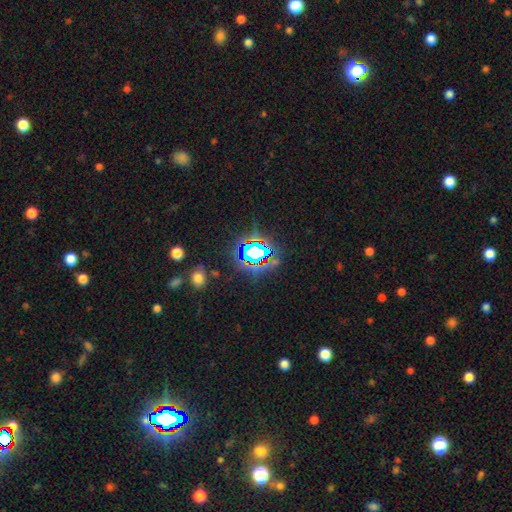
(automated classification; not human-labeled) Q: Smooth or featured?
A: star or artifact (76%); runner-up: smooth (15%)